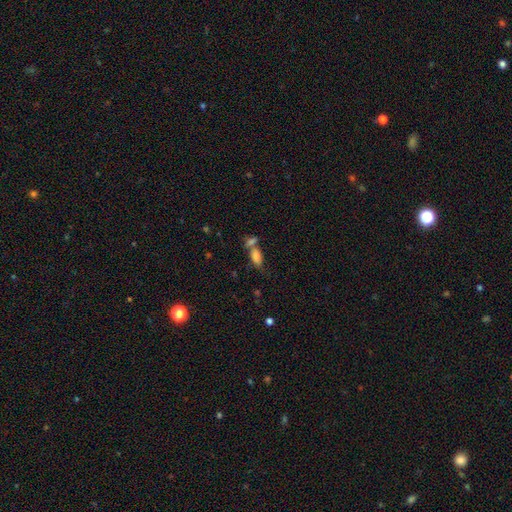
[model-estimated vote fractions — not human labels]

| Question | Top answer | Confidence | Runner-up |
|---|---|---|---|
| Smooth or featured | smooth | 79% | featured or disk (11%) |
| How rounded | in between | 88% | cigar-shaped (8%) |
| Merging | merger | 48% | none (34%) |